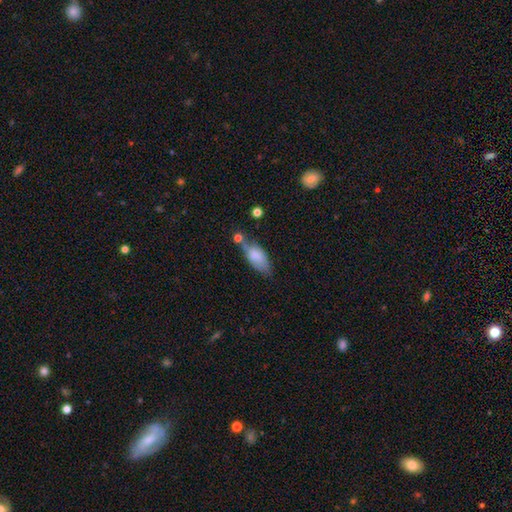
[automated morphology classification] Smooth or featured? smooth (74%)
How rounded? in between (84%)
Merging? none (41%)